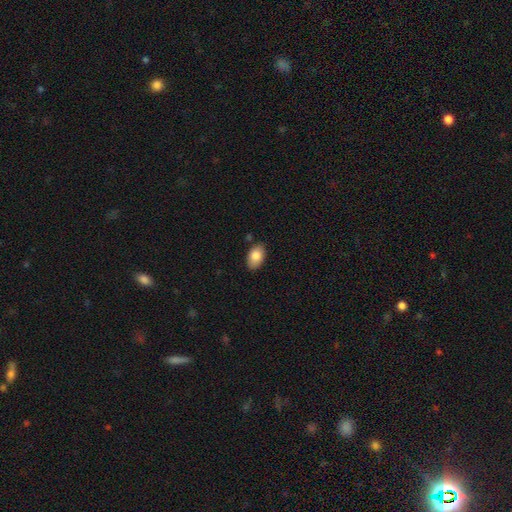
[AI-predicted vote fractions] Overall: smooth (84%). How rounded: in between (91%). Merging: none (82%).